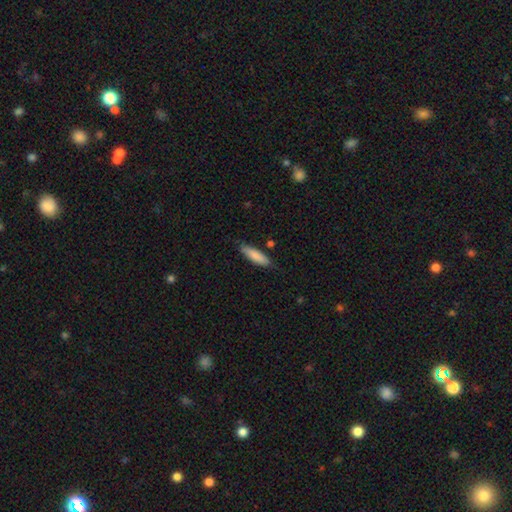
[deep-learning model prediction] Overall: smooth (84%). How rounded: cigar-shaped (61%; in between 38%). Merging: none (79%).